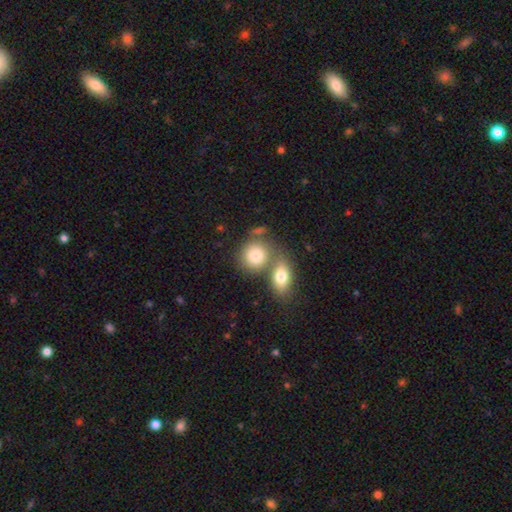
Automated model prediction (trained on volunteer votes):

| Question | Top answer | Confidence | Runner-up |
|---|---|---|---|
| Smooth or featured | smooth | 81% | featured or disk (11%) |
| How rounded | round | 72% | in between (27%) |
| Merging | none | 44% | merger (42%) |